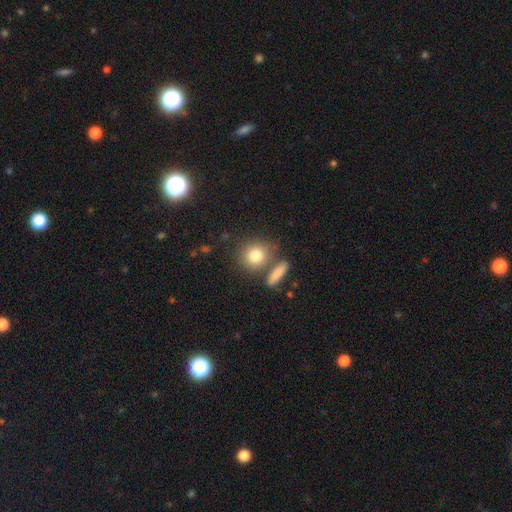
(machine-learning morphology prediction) smooth_or_featured: smooth (p=0.81) [alt: featured or disk p=0.10]
how_rounded: round (p=0.73) [alt: in between p=0.24]
merging: none (p=0.66) [alt: merger p=0.18]